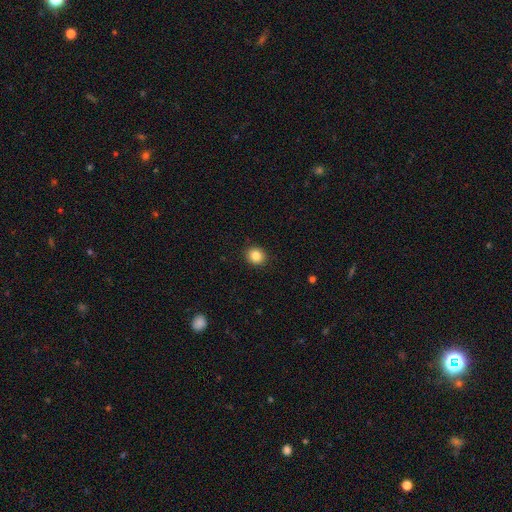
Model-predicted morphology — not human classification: A smooth galaxy with no disk features (85%) that is round (84%). Merging: none (91%).